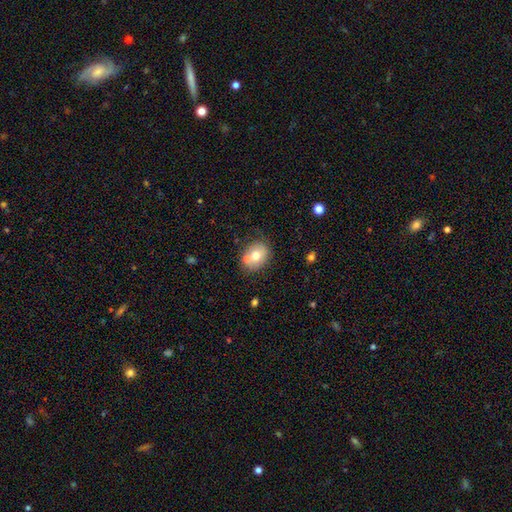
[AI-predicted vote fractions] This is likely a smooth galaxy (69%). How rounded: possibly round (52%). Merging: possibly none (58%).